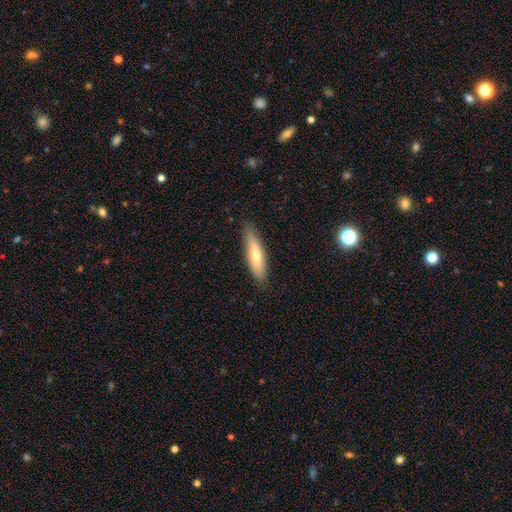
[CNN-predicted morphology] Smooth or featured: smooth — 60% (featured or disk — 34%)
How rounded: cigar-shaped — 71% (in between — 28%)
Merging: none — 86% (minor disturbance — 11%)